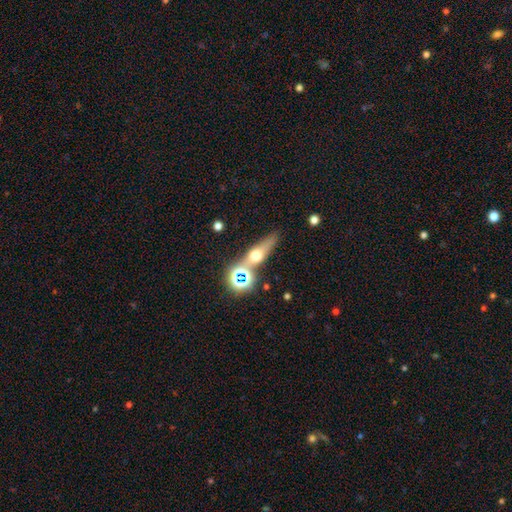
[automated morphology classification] Overall: featured or disk (45%; smooth 37%). Merging: none (68%).